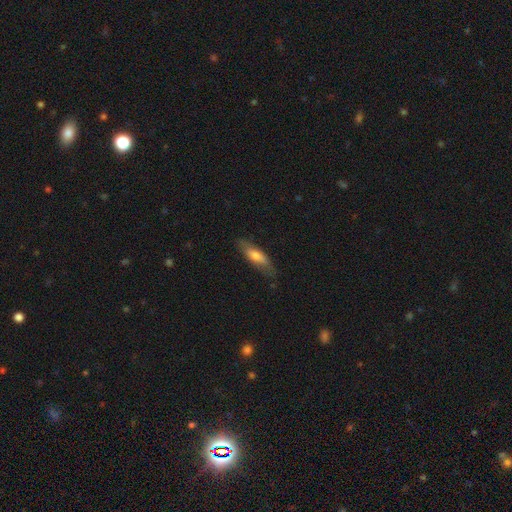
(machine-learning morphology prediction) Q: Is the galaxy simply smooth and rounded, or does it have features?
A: smooth — 65%.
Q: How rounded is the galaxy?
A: cigar-shaped — 51%.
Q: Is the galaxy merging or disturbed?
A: none — 75%.